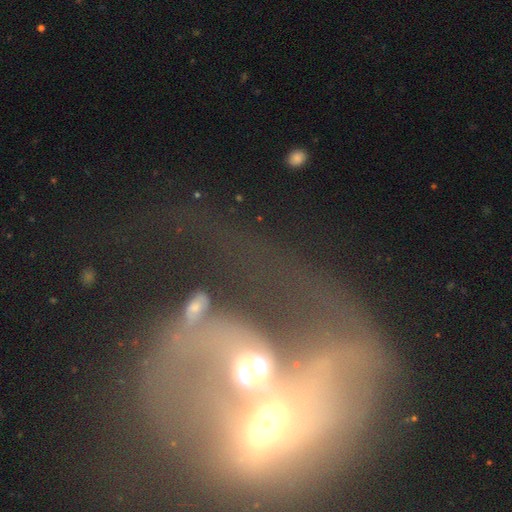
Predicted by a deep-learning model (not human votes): Smooth or featured: featured or disk — 66% (smooth — 21%)
Edge-on disk: no — 95% (yes — 5%)
Bar: no — 59% (weak — 26%)
Spiral arms: yes — 55% (no — 45%)
Bulge size: moderate — 60% (large — 16%)
Merging: merger — 71% (major disturbance — 18%)